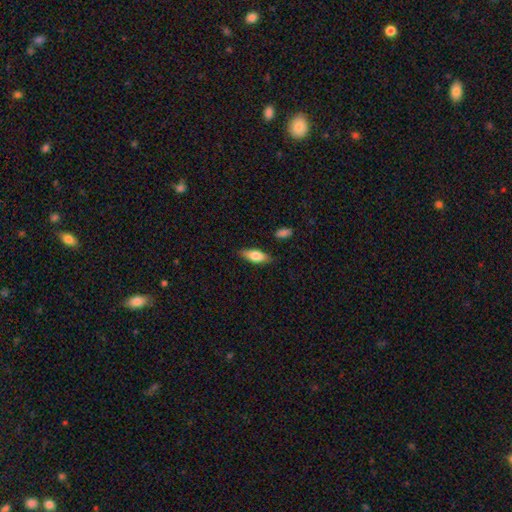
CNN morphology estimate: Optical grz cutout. It shows a smooth galaxy with no disk features (73%) that is in between round and cigar-shaped (74%). Merging: none (83%).